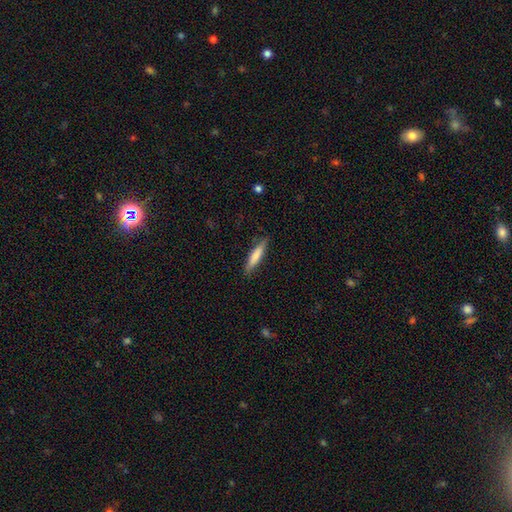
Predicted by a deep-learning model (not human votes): Q: Smooth or featured?
A: smooth (75%); runner-up: featured or disk (19%)
Q: How rounded?
A: cigar-shaped (85%); runner-up: in between (13%)
Q: Merging?
A: none (86%); runner-up: minor disturbance (11%)